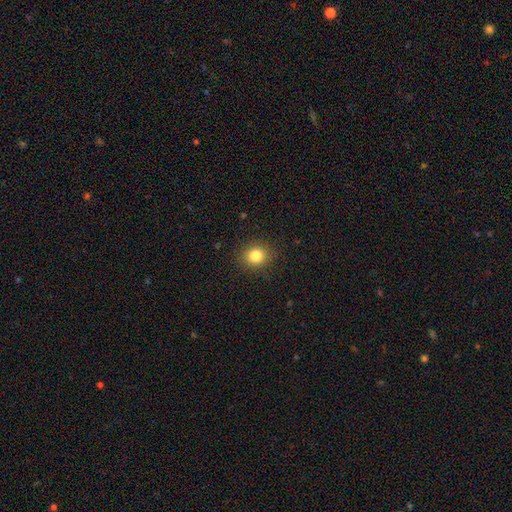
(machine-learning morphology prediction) This is clearly a smooth galaxy (83%). How rounded: clearly round (81%). Merging: clearly none (90%).